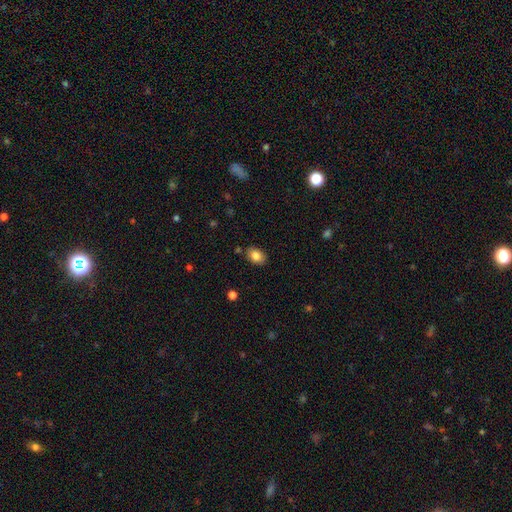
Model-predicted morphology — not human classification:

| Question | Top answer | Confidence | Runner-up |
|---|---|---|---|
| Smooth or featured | smooth | 84% | star or artifact (9%) |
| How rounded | in between | 73% | round (26%) |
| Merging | none | 84% | minor disturbance (11%) |